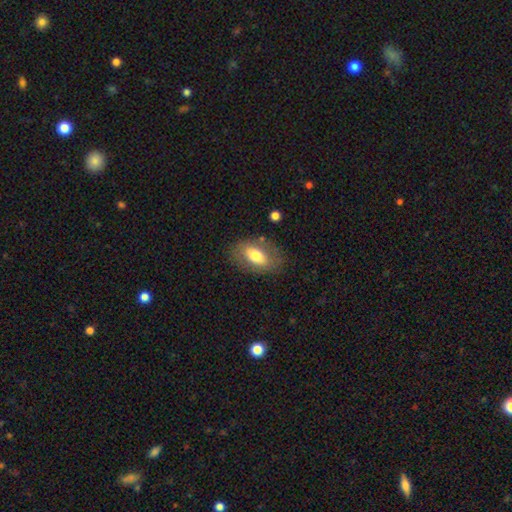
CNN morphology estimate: Smooth or featured: smooth — 64% (featured or disk — 29%)
How rounded: in between — 90% (round — 8%)
Merging: none — 75% (minor disturbance — 16%)